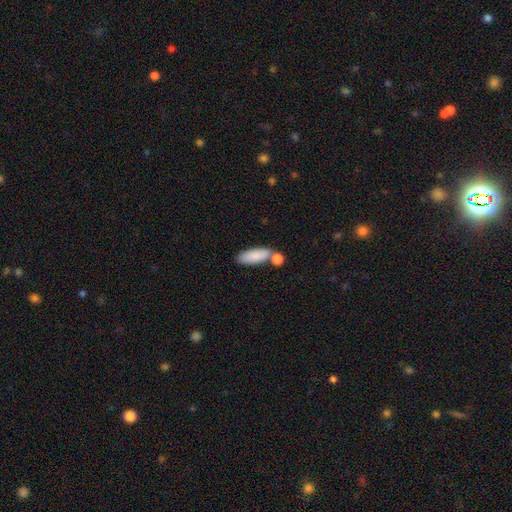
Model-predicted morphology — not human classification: smooth_or_featured: smooth (p=0.85) [alt: featured or disk p=0.09]
how_rounded: in between (p=0.67) [alt: cigar-shaped p=0.30]
merging: none (p=0.56) [alt: merger p=0.27]